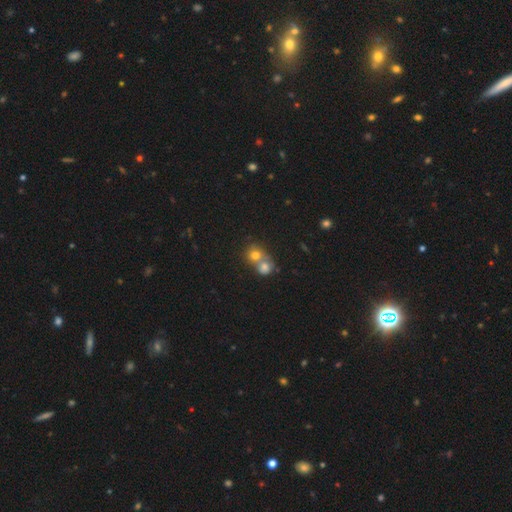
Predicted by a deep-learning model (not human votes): Smooth or featured? smooth (72%)
How rounded? round (77%)
Merging? merger (64%)